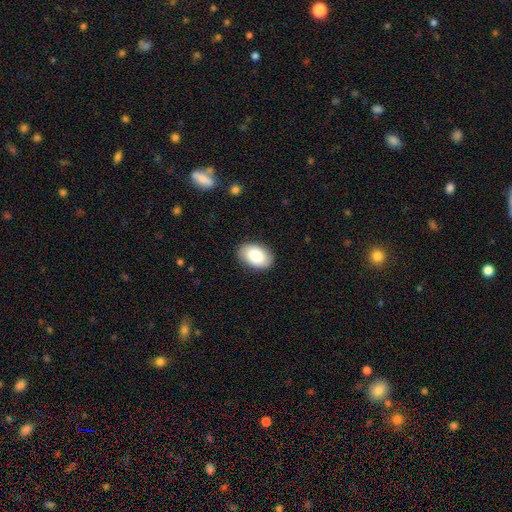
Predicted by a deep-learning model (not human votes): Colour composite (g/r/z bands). It shows a smooth galaxy with no disk features (81%) that is in between round and cigar-shaped (90%). Merging: none (88%).